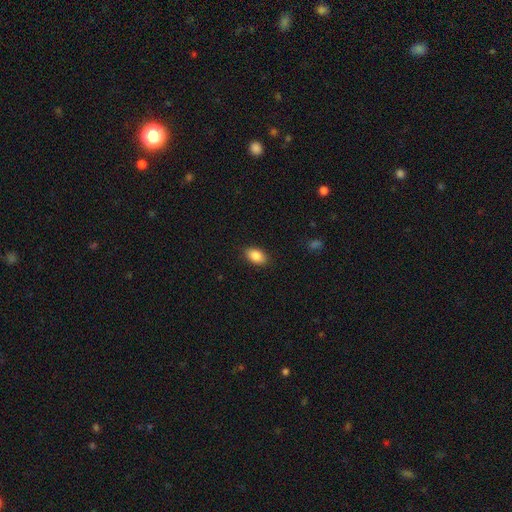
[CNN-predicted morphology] Smooth or featured?
  - smooth: 87% *
  - star or artifact: 8%
  - featured or disk: 6%
How rounded?
  - in between: 90% *
  - round: 8%
  - cigar-shaped: 2%
Merging?
  - none: 88% *
  - minor disturbance: 9%
  - major disturbance: 2%
  - merger: 1%